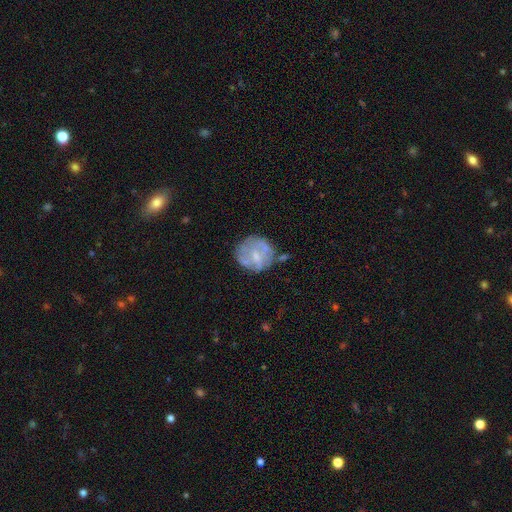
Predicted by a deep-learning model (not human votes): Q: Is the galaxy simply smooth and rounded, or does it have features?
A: featured or disk — 51%.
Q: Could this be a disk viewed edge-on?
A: no — 97%.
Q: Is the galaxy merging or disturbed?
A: none — 55%.